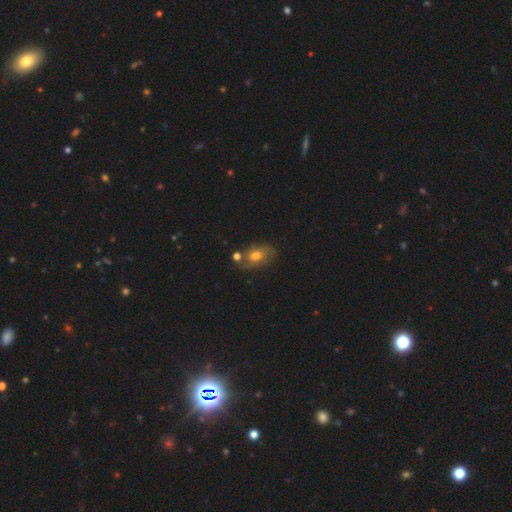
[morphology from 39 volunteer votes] This appears to be a smooth galaxy with no disk features (51%) that is in between round and cigar-shaped (65%). Merging: none (59%).